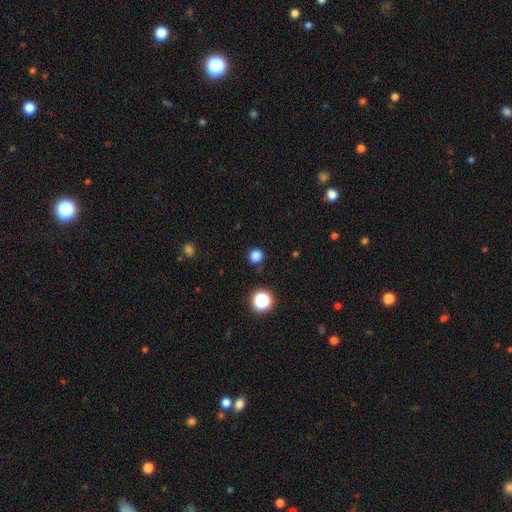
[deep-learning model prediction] Smooth or featured?
  - smooth: 81% *
  - star or artifact: 16%
  - featured or disk: 3%
How rounded?
  - round: 88% *
  - in between: 11%
  - cigar-shaped: 1%
Merging?
  - none: 87% *
  - minor disturbance: 9%
  - major disturbance: 3%
  - merger: 2%